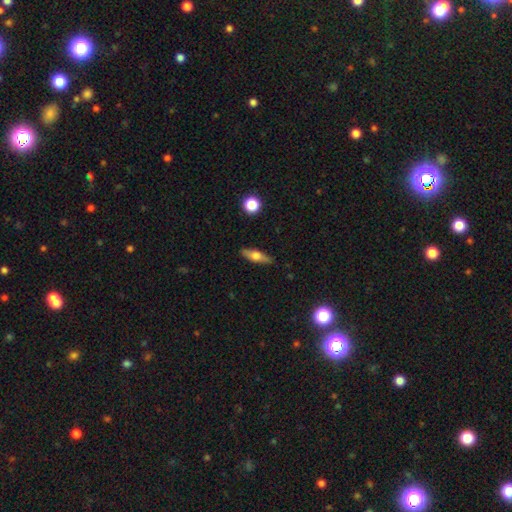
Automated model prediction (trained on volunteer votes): The model was most divided on "how rounded": in between: 51%, cigar-shaped: 45%, round: 4%. More confident: merging — none (85%); smooth or featured — smooth (55%).